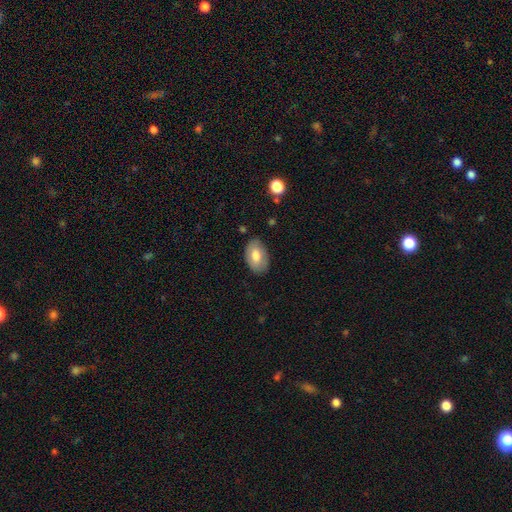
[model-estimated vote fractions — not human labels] This is likely a smooth galaxy (71%). How rounded: clearly in between (91%). Merging: clearly none (82%).